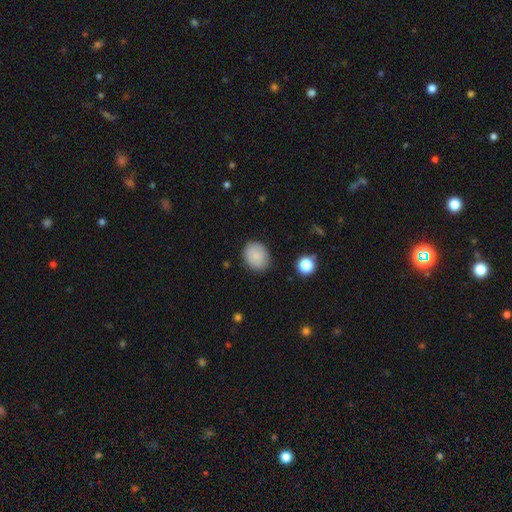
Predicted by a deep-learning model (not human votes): Smooth or featured?
  - smooth: 87% *
  - star or artifact: 8%
  - featured or disk: 5%
How rounded?
  - round: 57% *
  - in between: 43%
  - cigar-shaped: 1%
Merging?
  - none: 85% *
  - minor disturbance: 11%
  - major disturbance: 3%
  - merger: 1%